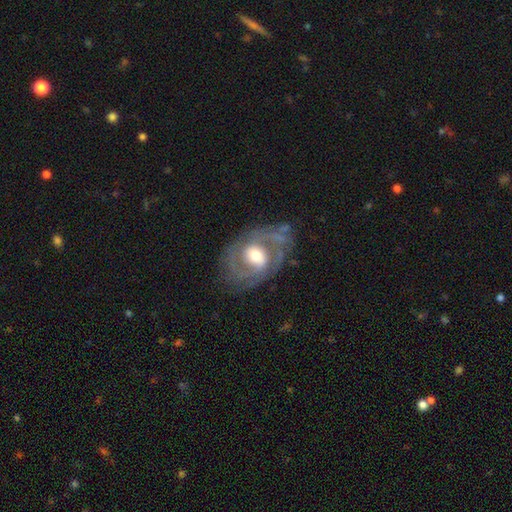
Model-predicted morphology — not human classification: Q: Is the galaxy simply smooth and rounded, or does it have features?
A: featured or disk — 82%.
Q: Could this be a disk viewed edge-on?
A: no — 97%.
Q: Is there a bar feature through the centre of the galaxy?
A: weak — 44%.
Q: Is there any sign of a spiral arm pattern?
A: yes — 89%.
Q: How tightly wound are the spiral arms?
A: medium — 46%.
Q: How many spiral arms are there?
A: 2 — 67%.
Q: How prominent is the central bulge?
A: moderate — 66%.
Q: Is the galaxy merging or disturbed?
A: none — 68%.